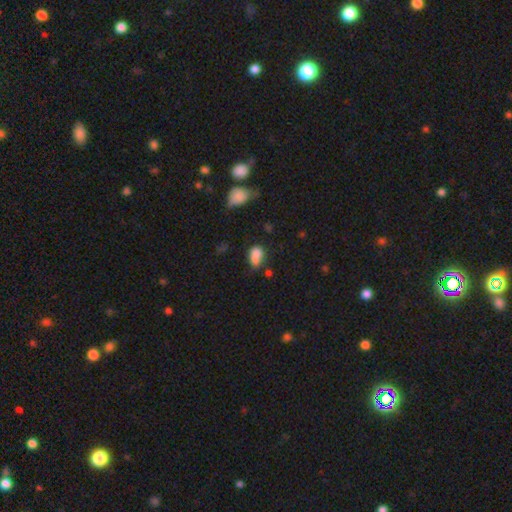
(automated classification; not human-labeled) This appears to be a smooth galaxy with no disk features (75%) that is in between round and cigar-shaped (69%). Merging: merger (43%).